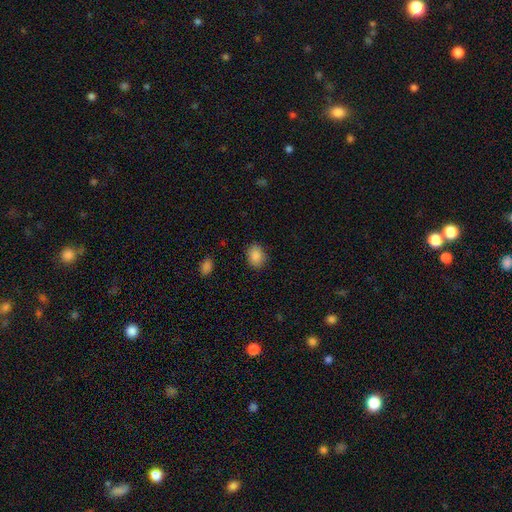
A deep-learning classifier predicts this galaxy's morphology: smooth_or_featured: smooth (p=0.88) [alt: star or artifact p=0.09]
how_rounded: in between (p=0.60) [alt: round p=0.39]
merging: none (p=0.84) [alt: minor disturbance p=0.11]